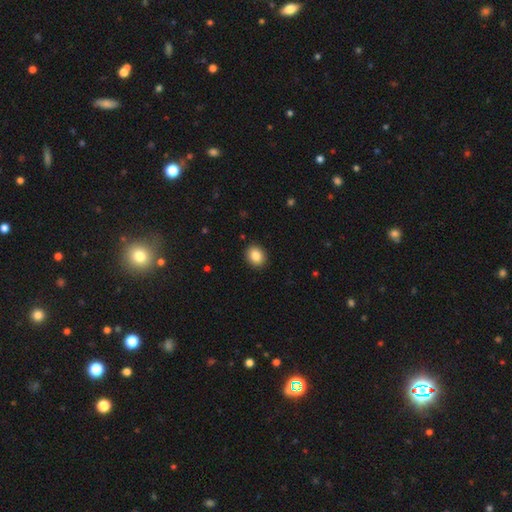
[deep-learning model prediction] A smooth galaxy with no disk features (86%) that is round (50%). Merging: none (91%).